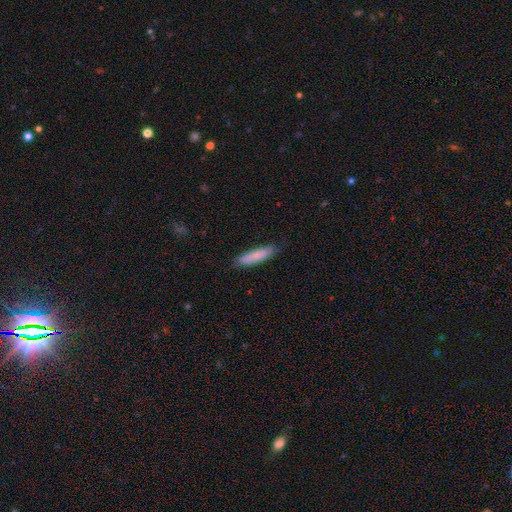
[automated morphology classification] A smooth galaxy with no disk features (78%) that is cigar-shaped (79%). Merging: none (84%).